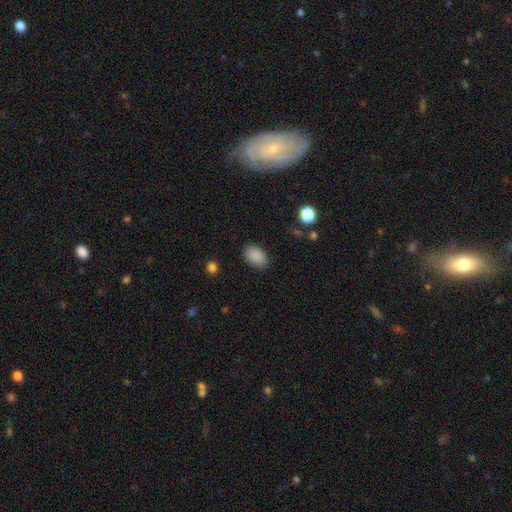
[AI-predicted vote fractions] Smooth or featured? Predicted: smooth (p=0.88). How rounded? Predicted: in between (p=0.86). Merging? Predicted: none (p=0.86).